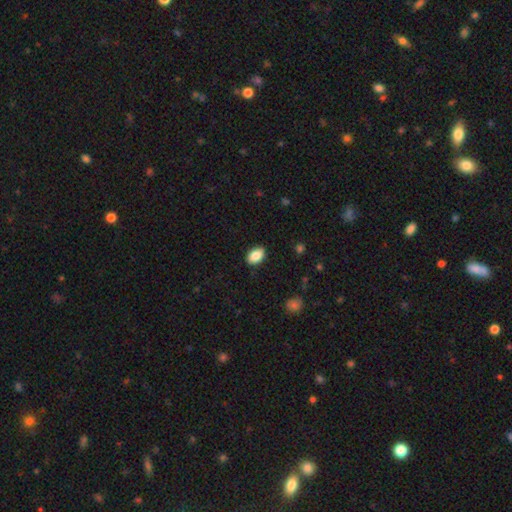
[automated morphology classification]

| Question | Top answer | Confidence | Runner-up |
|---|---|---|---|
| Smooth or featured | smooth | 88% | star or artifact (7%) |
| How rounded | in between | 89% | round (9%) |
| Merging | none | 87% | minor disturbance (10%) |